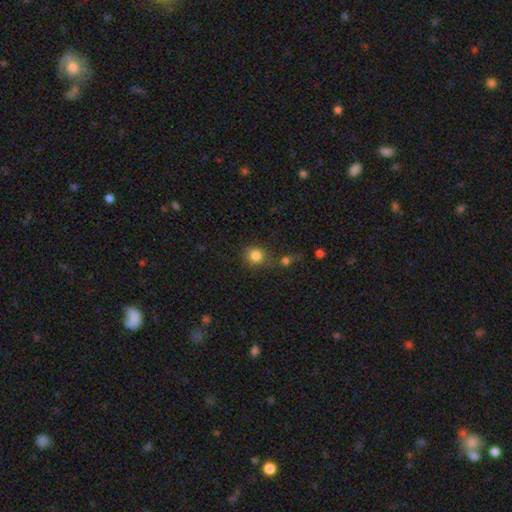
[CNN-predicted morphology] A smooth galaxy with no disk features (82%) that is round (84%).

Vote fractions:
- Smooth or featured? smooth: 82% / star or artifact: 12% / featured or disk: 6%
- How rounded? round: 84% / in between: 15% / cigar-shaped: 1%
- Merging? none: 65% / minor disturbance: 15% / merger: 14% / major disturbance: 6%